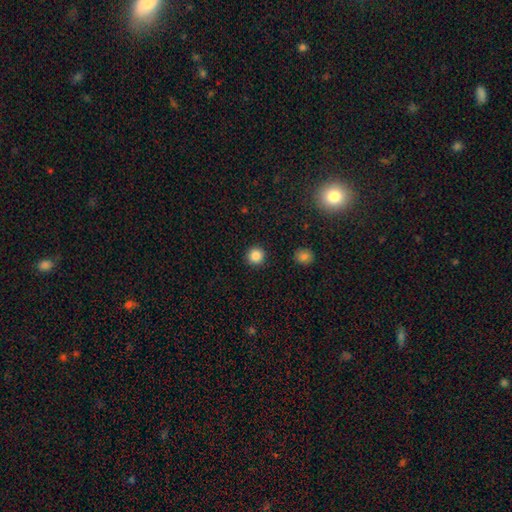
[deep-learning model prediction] A smooth galaxy with no disk features (85%) that is round (95%). Merging: none (92%).